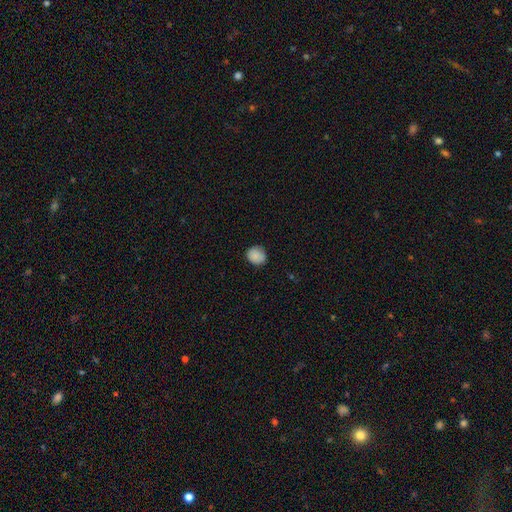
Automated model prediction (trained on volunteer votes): smooth 88%, star or artifact 8%, featured or disk 4%. Down the decision tree: how rounded — round (81%); merging — none (84%).